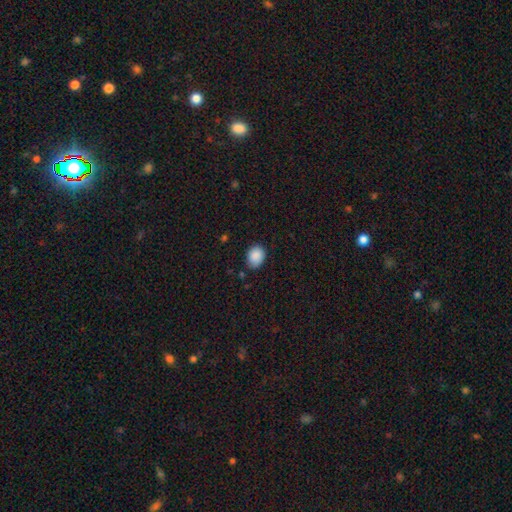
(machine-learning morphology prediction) Smooth or featured? Predicted: smooth (p=0.89). How rounded? Predicted: in between (p=0.56). Merging? Predicted: none (p=0.82).